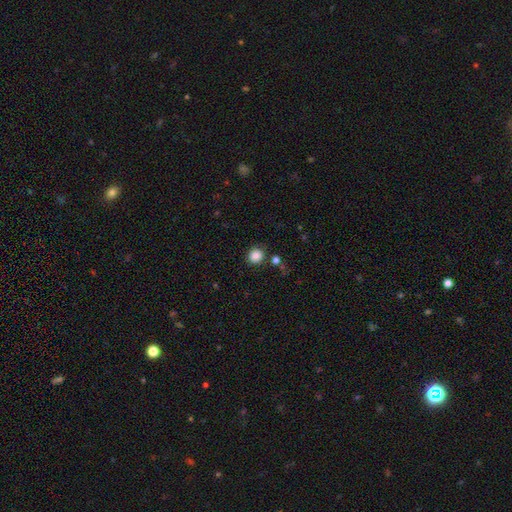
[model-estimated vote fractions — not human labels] Smooth or featured?
  - smooth: 86% *
  - star or artifact: 10%
  - featured or disk: 4%
How rounded?
  - round: 83% *
  - in between: 16%
  - cigar-shaped: 1%
Merging?
  - none: 85% *
  - minor disturbance: 8%
  - merger: 4%
  - major disturbance: 3%